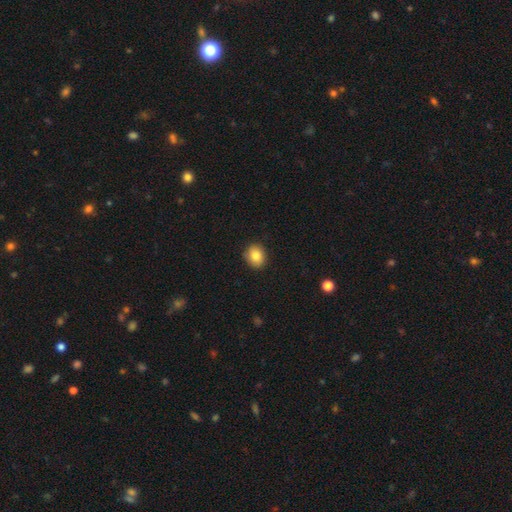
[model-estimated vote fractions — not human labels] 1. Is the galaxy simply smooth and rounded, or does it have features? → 84% smooth, 9% star or artifact, 7% featured or disk.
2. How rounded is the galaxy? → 65% round, 34% in between, 1% cigar-shaped.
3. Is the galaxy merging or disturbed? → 89% none, 8% minor disturbance, 2% major disturbance, 1% merger.